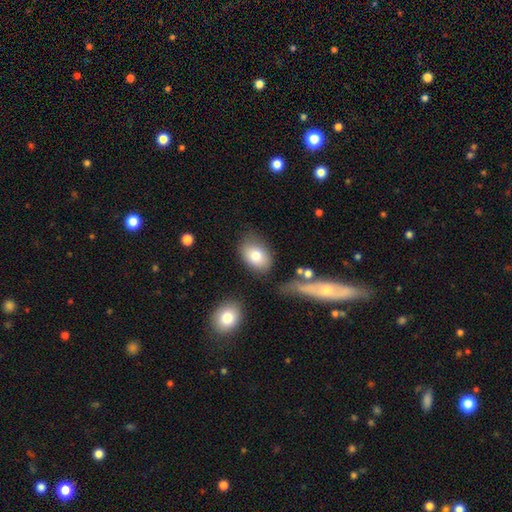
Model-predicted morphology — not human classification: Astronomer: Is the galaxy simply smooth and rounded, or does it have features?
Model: smooth — 78%.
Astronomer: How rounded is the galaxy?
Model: in between — 81%.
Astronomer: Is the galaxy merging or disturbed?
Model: none — 72%.